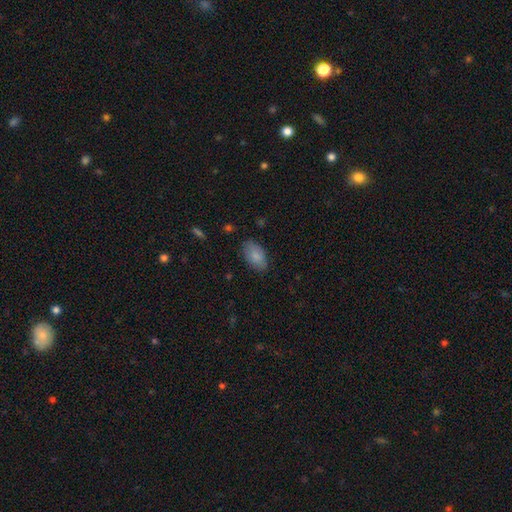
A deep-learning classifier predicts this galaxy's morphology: Overall: smooth (86%). How rounded: in between (94%). Merging: none (82%).